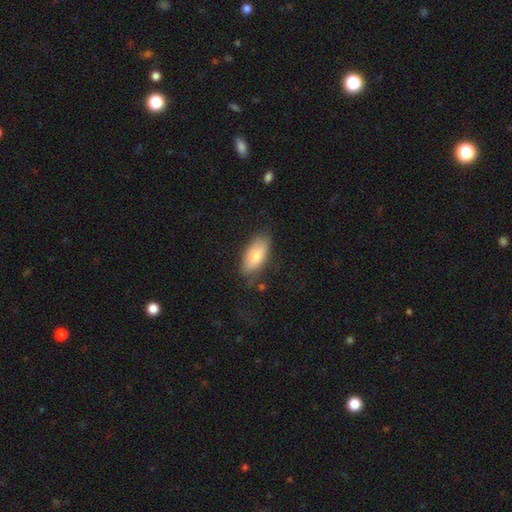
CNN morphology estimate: Q: Smooth or featured?
A: smooth (76%); runner-up: featured or disk (17%)
Q: How rounded?
A: in between (86%); runner-up: cigar-shaped (12%)
Q: Merging?
A: none (76%); runner-up: minor disturbance (17%)